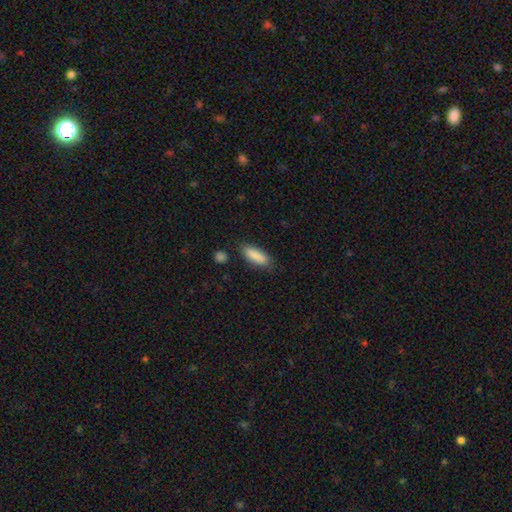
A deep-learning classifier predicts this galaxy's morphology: Q: Smooth or featured?
A: smooth (88%); runner-up: star or artifact (6%)
Q: How rounded?
A: in between (57%); runner-up: cigar-shaped (41%)
Q: Merging?
A: none (83%); runner-up: minor disturbance (12%)